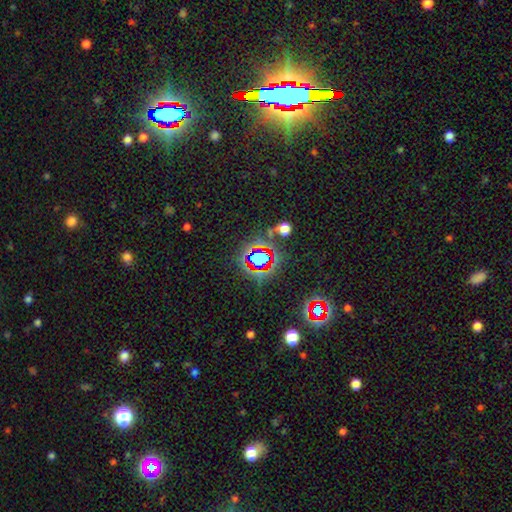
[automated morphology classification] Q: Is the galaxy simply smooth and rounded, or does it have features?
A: star or artifact — 68%.